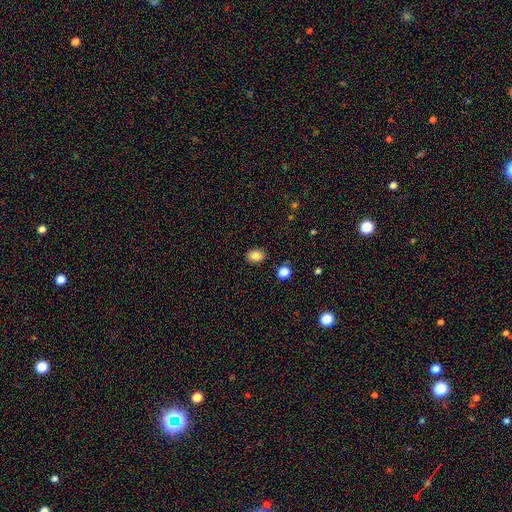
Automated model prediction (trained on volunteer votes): Smooth or featured? smooth (84%)
How rounded? in between (56%)
Merging? none (89%)